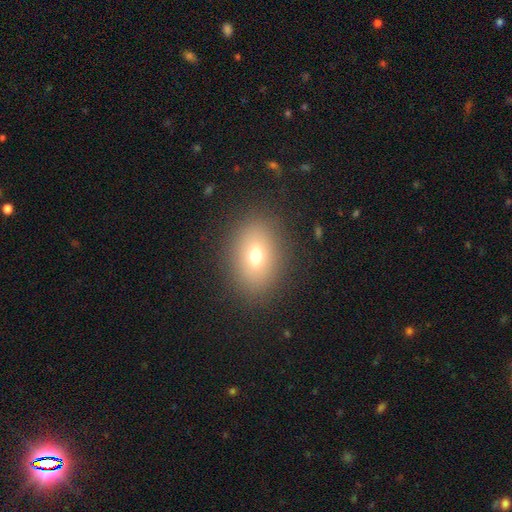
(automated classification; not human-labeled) Smooth or featured? Predicted: smooth (p=0.69). How rounded? Predicted: in between (p=0.68). Merging? Predicted: none (p=0.85).